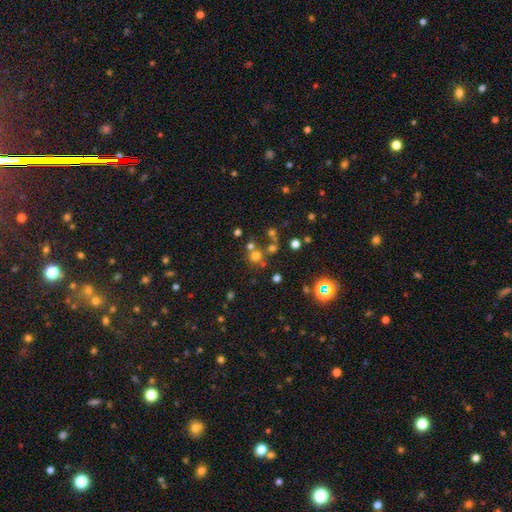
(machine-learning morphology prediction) Smooth or featured? smooth (61%)
How rounded? round (90%)
Merging? none (63%)